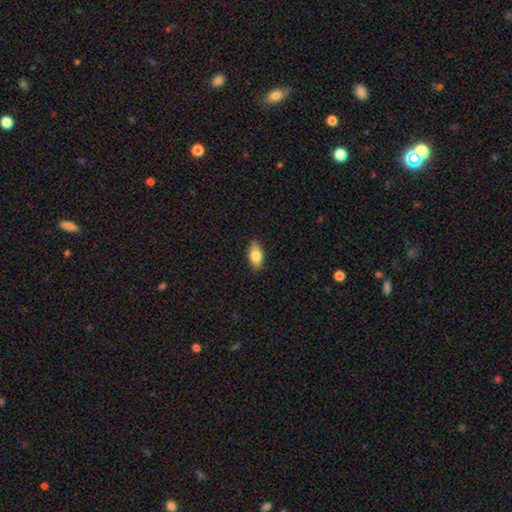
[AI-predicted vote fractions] Smooth or featured: smooth — 80% (featured or disk — 14%)
How rounded: in between — 89% (cigar-shaped — 7%)
Merging: none — 87% (minor disturbance — 10%)